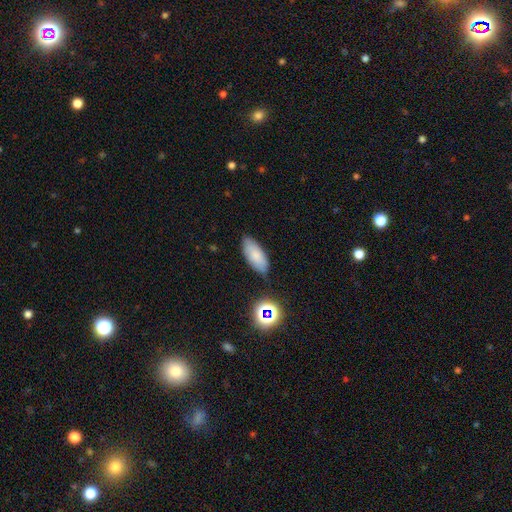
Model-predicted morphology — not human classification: smooth-or-featured: smooth: 80% | featured or disk: 11% | star or artifact: 9%
  how-rounded: in between: 87% | cigar-shaped: 11% | round: 2%
  merging: none: 75% | minor disturbance: 17% | merger: 4% | major disturbance: 4%